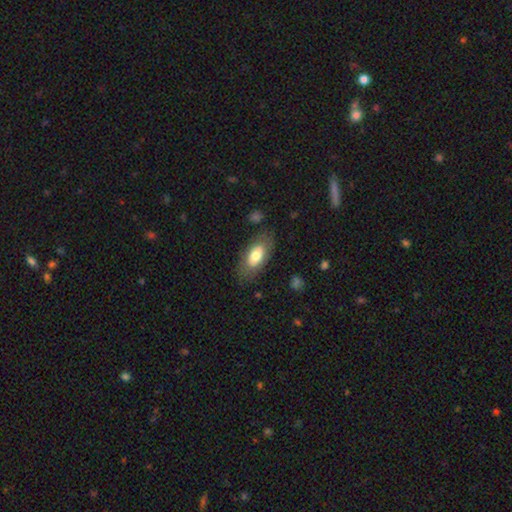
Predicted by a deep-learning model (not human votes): This appears to be a smooth galaxy with no disk features (71%) that is in between round and cigar-shaped (89%). Merging: none (78%).